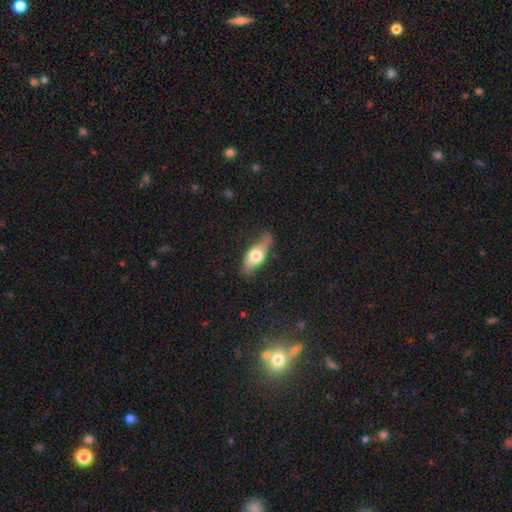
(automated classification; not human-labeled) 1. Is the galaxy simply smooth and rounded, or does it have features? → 57% smooth, 36% featured or disk, 7% star or artifact.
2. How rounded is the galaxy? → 71% in between, 23% cigar-shaped, 6% round.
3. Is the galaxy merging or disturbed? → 56% none, 30% minor disturbance, 11% major disturbance, 3% merger.